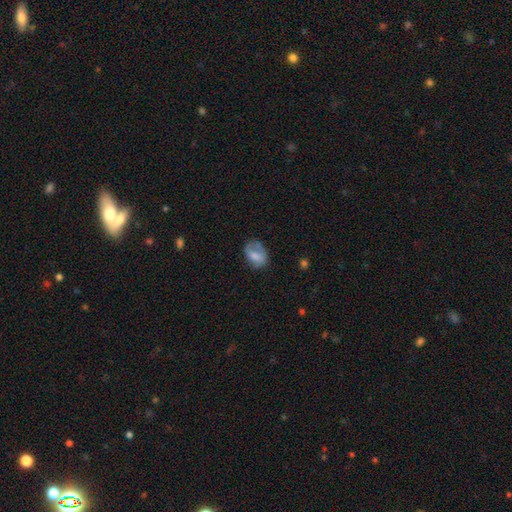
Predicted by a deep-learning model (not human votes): Overall: smooth (67%). How rounded: in between (73%). Merging: none (49%; minor disturbance 30%).